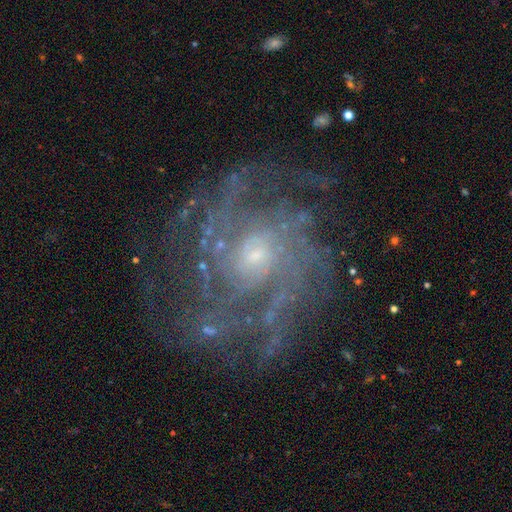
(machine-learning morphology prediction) Overall: featured or disk (87%). Edge-on disk: no (97%). Bar: no (72%). Spiral arms: yes (95%). Spiral arm count: can't tell (27%; 2 19%). Spiral winding: tight (56%; medium 35%). Bulge size: small (69%). Merging: none (73%).